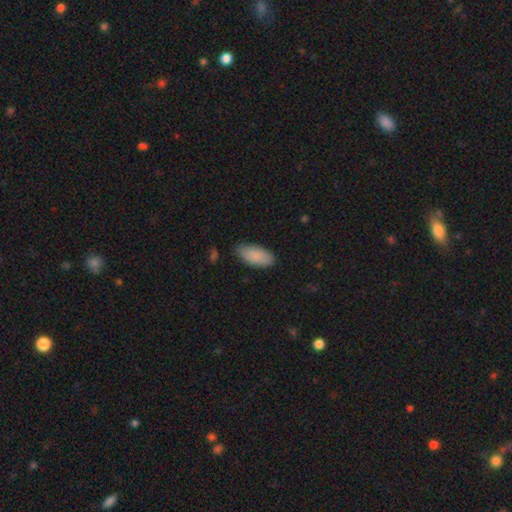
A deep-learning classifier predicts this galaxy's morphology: smooth_or_featured: smooth (p=0.89) [alt: star or artifact p=0.06]
how_rounded: in between (p=0.89) [alt: cigar-shaped p=0.09]
merging: none (p=0.79) [alt: minor disturbance p=0.17]